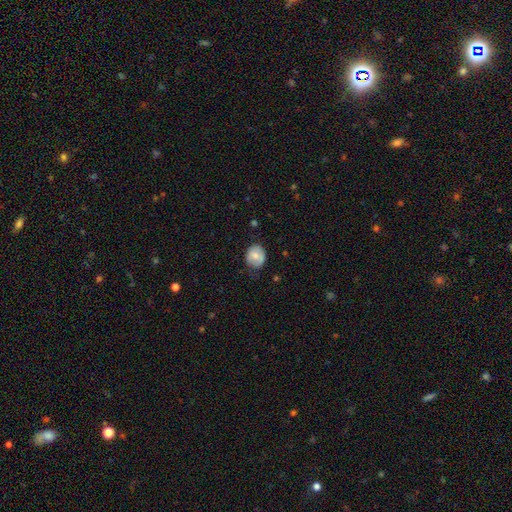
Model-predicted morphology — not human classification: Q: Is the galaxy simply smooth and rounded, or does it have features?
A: smooth — 70%.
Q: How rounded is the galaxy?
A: round — 67%.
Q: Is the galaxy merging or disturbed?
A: none — 66%.